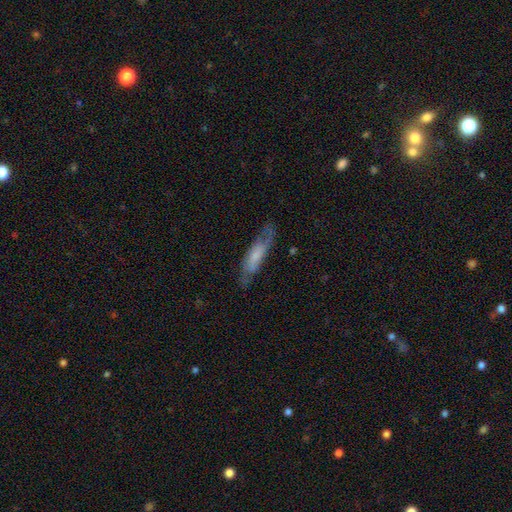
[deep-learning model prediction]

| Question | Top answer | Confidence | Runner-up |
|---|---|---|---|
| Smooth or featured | featured or disk | 50% | smooth (43%) |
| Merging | none | 64% | minor disturbance (23%) |